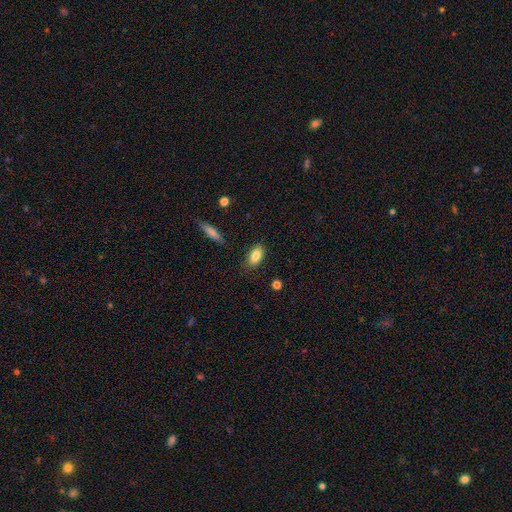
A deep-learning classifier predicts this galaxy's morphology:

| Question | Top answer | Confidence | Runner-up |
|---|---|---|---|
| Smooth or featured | smooth | 85% | featured or disk (8%) |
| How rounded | in between | 90% | round (6%) |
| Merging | none | 84% | minor disturbance (12%) |